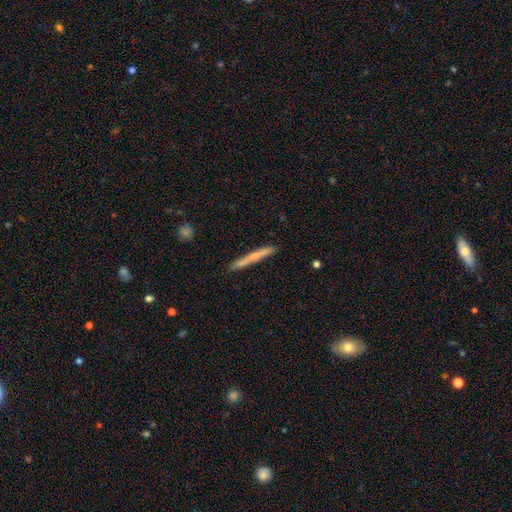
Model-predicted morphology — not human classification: Smooth or featured: smooth — 62% (featured or disk — 32%)
How rounded: cigar-shaped — 96% (in between — 2%)
Merging: none — 88% (minor disturbance — 9%)